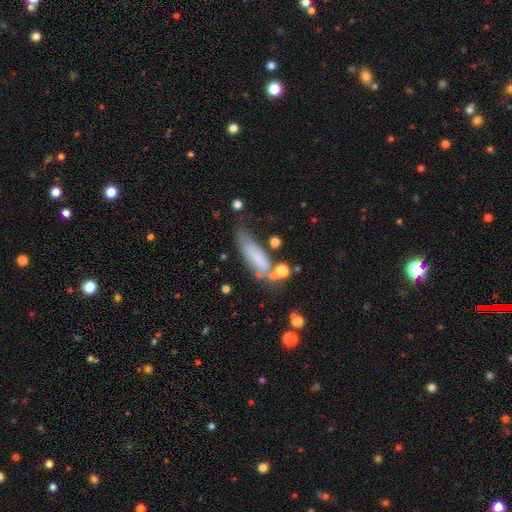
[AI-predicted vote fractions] This is likely a smooth galaxy (66%). How rounded: likely cigar-shaped (60%). Merging: possibly none (45%).